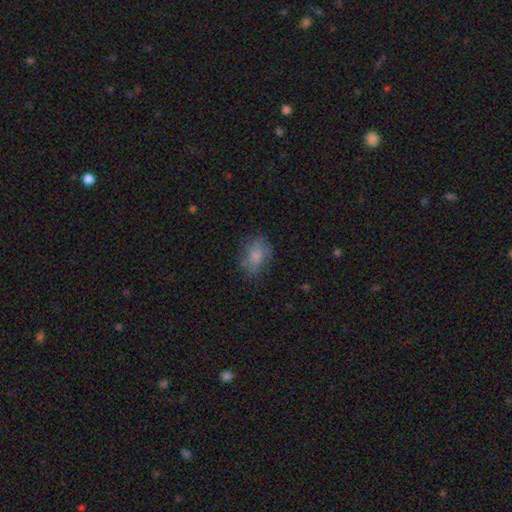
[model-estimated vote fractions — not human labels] This appears to be a smooth galaxy with no disk features (72%) that is in between round and cigar-shaped (76%). Merging: none (64%).